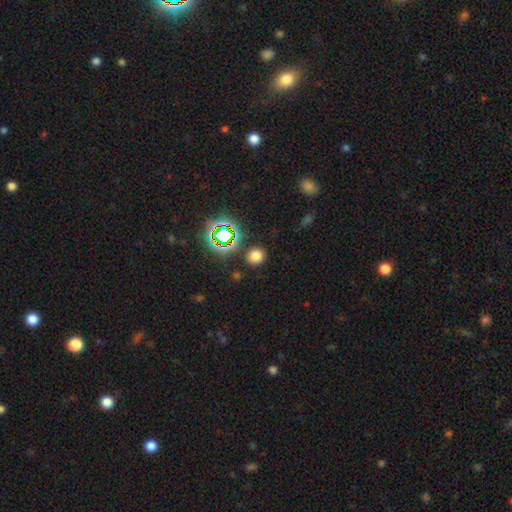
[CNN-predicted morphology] smooth-or-featured: smooth: 71% | star or artifact: 23% | featured or disk: 6%
  how-rounded: round: 78% | in between: 21% | cigar-shaped: 1%
  merging: none: 86% | minor disturbance: 8% | merger: 3% | major disturbance: 3%